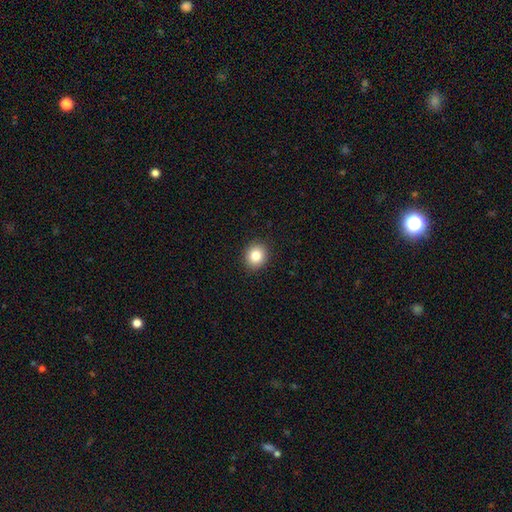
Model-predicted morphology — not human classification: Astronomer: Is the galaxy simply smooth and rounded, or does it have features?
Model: smooth — 83%.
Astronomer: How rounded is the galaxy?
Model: round — 78%.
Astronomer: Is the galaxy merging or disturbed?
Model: none — 92%.